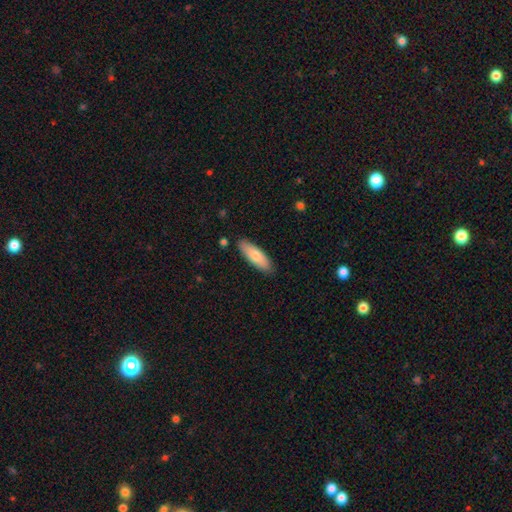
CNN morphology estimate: Smooth or featured? smooth (76%)
How rounded? in between (53%)
Merging? none (87%)